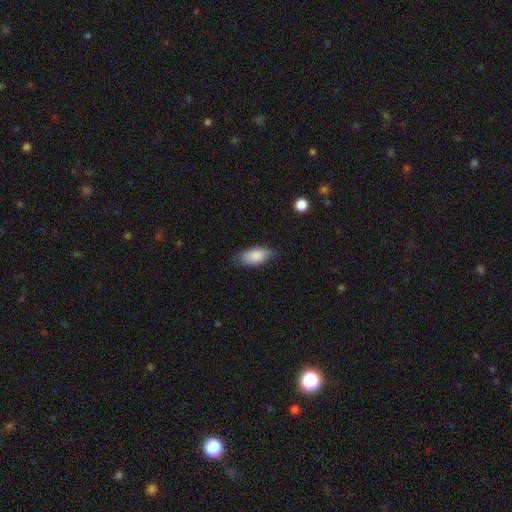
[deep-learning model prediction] This appears to be a smooth galaxy with no disk features (86%) that is in between round and cigar-shaped (90%). Merging: none (70%).